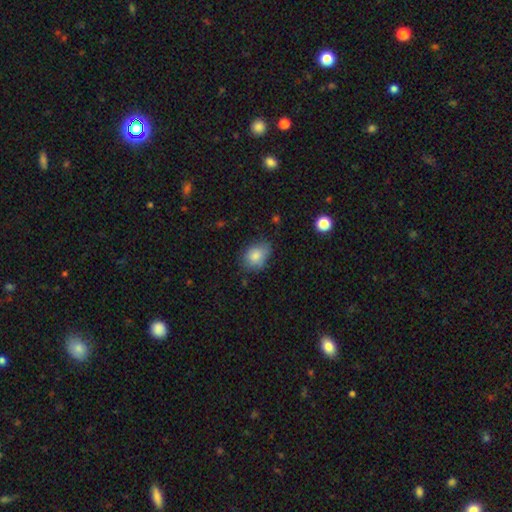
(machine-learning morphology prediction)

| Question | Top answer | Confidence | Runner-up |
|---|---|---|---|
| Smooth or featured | smooth | 82% | featured or disk (9%) |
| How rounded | in between | 68% | round (31%) |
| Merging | none | 61% | minor disturbance (30%) |